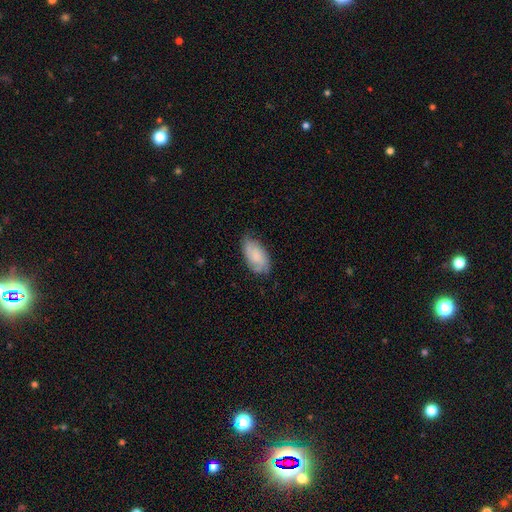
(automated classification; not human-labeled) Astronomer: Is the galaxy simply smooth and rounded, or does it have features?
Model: featured or disk — 48% (runner-up: smooth, 45%).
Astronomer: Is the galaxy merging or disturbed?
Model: none — 71%.